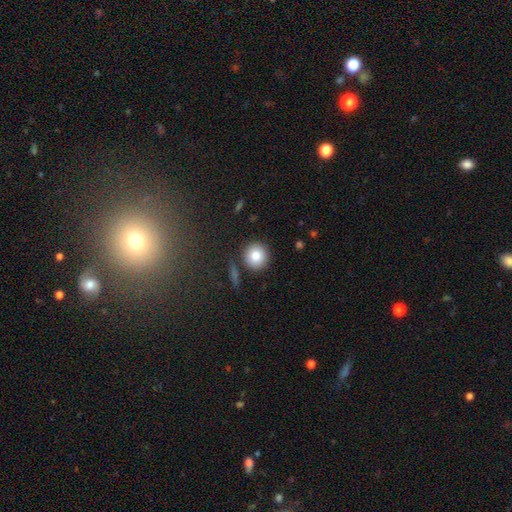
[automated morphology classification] Q: Smooth or featured?
A: smooth (79%); runner-up: featured or disk (11%)
Q: How rounded?
A: round (93%); runner-up: in between (6%)
Q: Merging?
A: none (88%); runner-up: minor disturbance (6%)